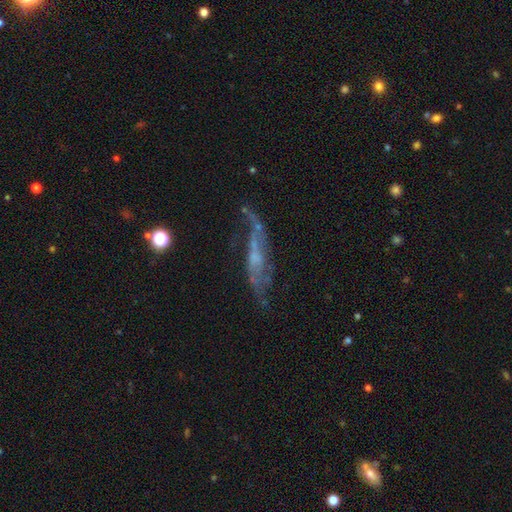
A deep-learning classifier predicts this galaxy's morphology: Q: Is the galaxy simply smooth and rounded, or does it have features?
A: featured or disk — 70%.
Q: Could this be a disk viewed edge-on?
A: no — 75%.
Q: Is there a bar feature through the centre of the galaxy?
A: no — 57%.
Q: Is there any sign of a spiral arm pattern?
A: yes — 68%.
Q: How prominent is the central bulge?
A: small — 38%.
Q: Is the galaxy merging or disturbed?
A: none — 43%.